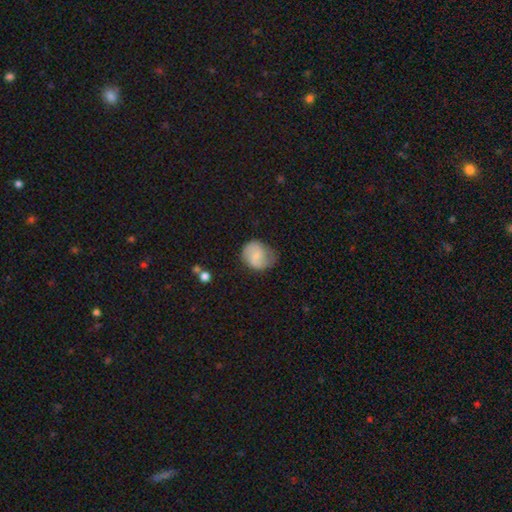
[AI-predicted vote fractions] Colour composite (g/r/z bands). It shows a smooth galaxy with no disk features (46%, tied with featured or disk). Merging: none (59%).